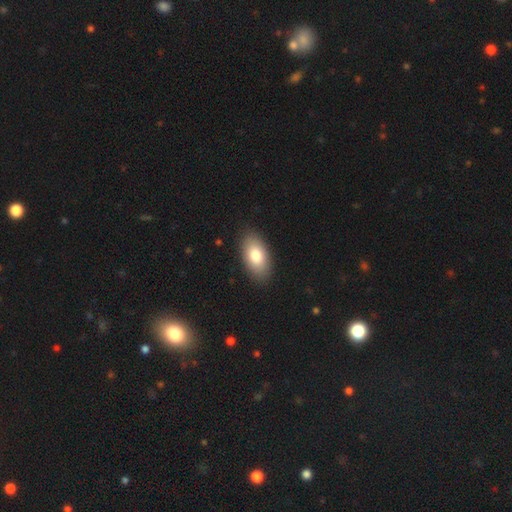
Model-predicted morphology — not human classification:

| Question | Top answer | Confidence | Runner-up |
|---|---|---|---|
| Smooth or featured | smooth | 80% | featured or disk (13%) |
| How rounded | in between | 94% | round (4%) |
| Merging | none | 88% | minor disturbance (9%) |